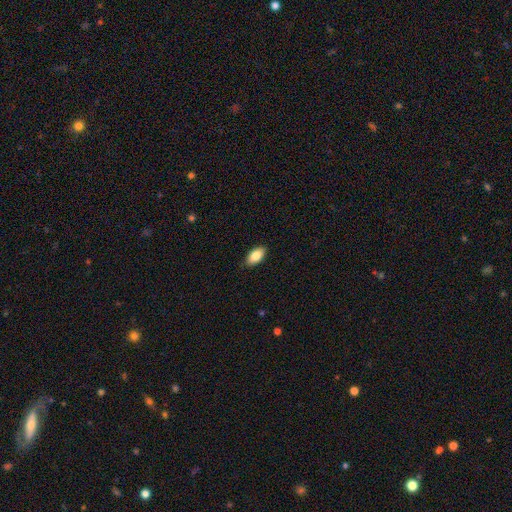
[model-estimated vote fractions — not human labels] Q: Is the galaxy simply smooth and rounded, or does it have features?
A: smooth — 85%.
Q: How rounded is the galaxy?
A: in between — 93%.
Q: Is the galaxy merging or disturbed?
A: none — 88%.